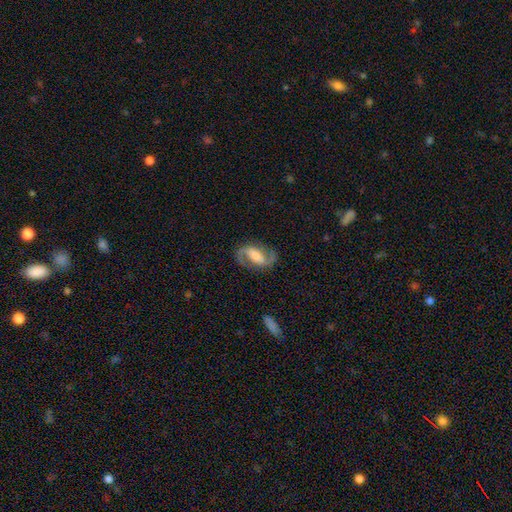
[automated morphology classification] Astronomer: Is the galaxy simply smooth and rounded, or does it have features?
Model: featured or disk — 85%.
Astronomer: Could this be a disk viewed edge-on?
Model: no — 97%.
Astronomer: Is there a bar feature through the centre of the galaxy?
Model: weak — 40% (runner-up: strong, 39%).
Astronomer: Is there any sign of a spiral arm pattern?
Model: yes — 96%.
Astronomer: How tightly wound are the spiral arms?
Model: medium — 51% (runner-up: loose, 34%).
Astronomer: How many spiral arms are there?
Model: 2 — 93%.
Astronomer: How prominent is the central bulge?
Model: moderate — 40% (runner-up: small, 23%).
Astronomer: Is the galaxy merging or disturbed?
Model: none — 79%.